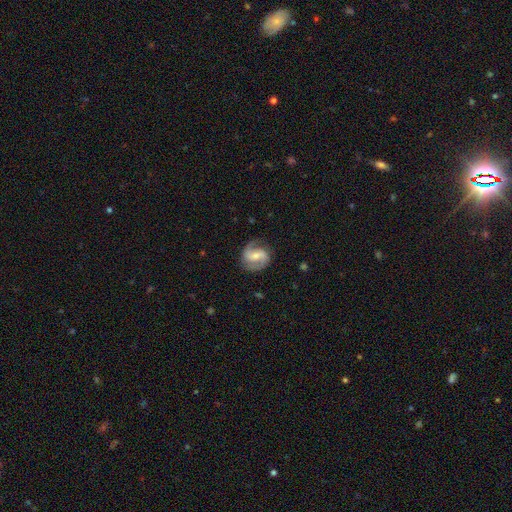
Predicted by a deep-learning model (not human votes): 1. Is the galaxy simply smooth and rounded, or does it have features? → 84% featured or disk, 11% smooth, 5% star or artifact.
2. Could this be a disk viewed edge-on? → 98% no, 2% yes.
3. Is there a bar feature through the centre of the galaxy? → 46% weak, 28% strong, 25% no.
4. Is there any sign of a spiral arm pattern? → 96% yes, 4% no.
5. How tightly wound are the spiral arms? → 52% medium, 24% loose, 23% tight.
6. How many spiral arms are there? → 91% 2, 3% can't tell, 3% 1, 1% 3, 1% 4, 1% more than 4.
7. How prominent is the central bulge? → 46% moderate, 44% small, 5% none, 4% large, 1% dominant.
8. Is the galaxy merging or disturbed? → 79% none, 14% minor disturbance, 6% major disturbance, 1% merger.